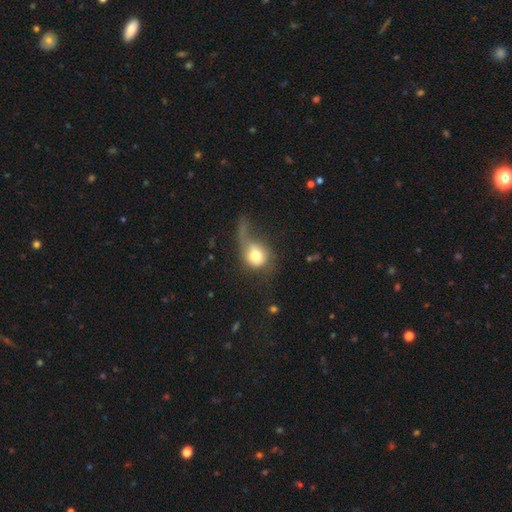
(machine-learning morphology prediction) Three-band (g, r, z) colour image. It shows a smooth galaxy with no disk features (66%) that is round (64%). Merging: major disturbance (57%).